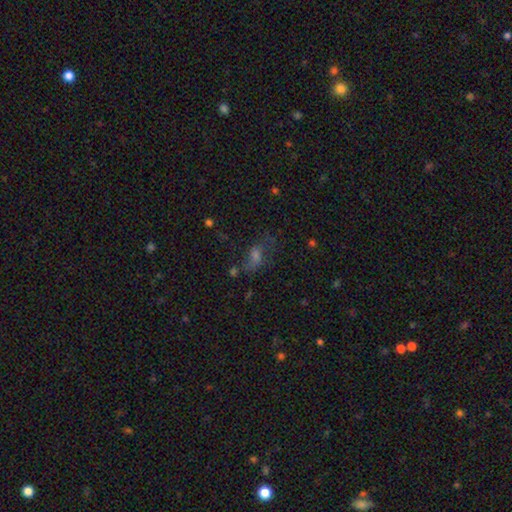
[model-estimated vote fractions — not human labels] The model was most divided on "smooth or featured": smooth: 41%, star or artifact: 30%, featured or disk: 29%. More confident: merging — none (52%).